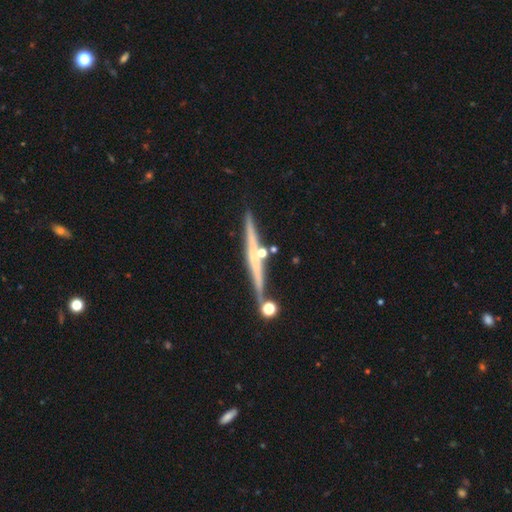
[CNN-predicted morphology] This appears to be a featured or disk galaxy (69%) viewed edge-on (97%) with no central bulge (53%). Merging: none (79%).